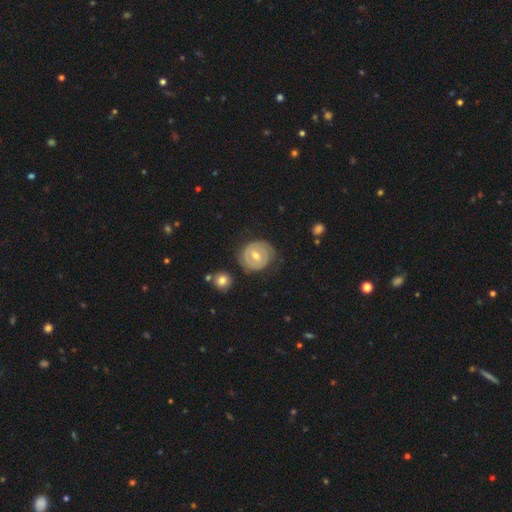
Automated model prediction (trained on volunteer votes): Smooth or featured: featured or disk — 62% (smooth — 32%)
Edge-on disk: no — 97% (yes — 3%)
Bar: weak — 48% (no — 36%)
Spiral arms: yes — 68% (no — 32%)
Bulge size: moderate — 73% (small — 21%)
Merging: none — 73% (minor disturbance — 17%)